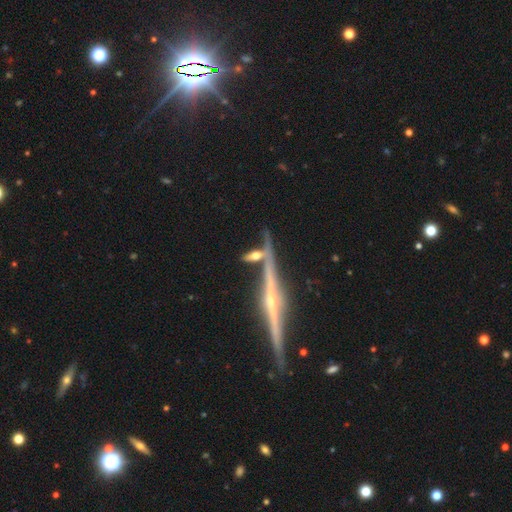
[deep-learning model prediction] smooth_or_featured: featured or disk (p=0.49) [alt: smooth p=0.40]
merging: none (p=0.47) [alt: merger p=0.29]